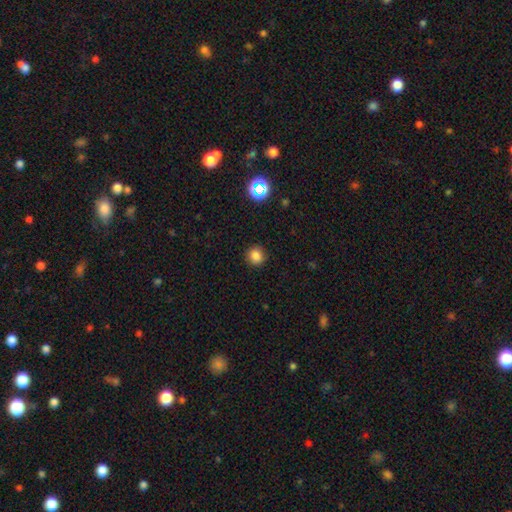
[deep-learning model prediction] This appears to be a smooth galaxy with no disk features (82%) that is round (90%). Merging: none (90%).